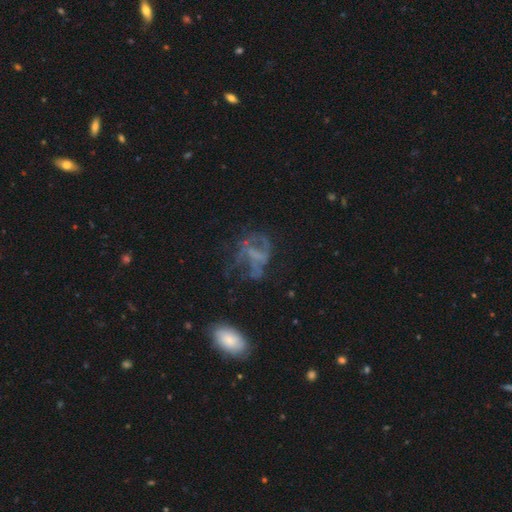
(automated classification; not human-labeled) The model was most divided on "merging": none: 40%, major disturbance: 37%, minor disturbance: 18%, merger: 6%. More confident: edge-on disk — no (97%); bulge size — none (72%); bar — no (67%); spiral arms — no (65%); smooth or featured — featured or disk (58%).